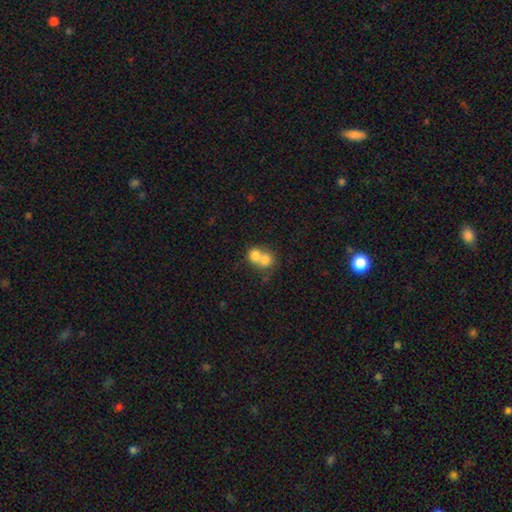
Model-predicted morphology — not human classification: A smooth galaxy with no disk features (73%) that is round (73%).

Vote fractions:
- Smooth or featured? smooth: 73% / featured or disk: 18% / star or artifact: 9%
- How rounded? round: 73% / in between: 26% / cigar-shaped: 1%
- Merging? merger: 72% / none: 21% / minor disturbance: 4% / major disturbance: 3%